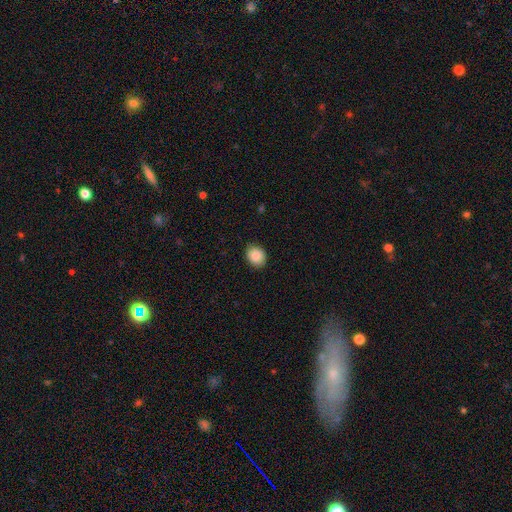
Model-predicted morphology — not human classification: The model was most divided on "how rounded": round: 52%, in between: 47%, cigar-shaped: 1%. More confident: smooth or featured — smooth (89%); merging — none (87%).